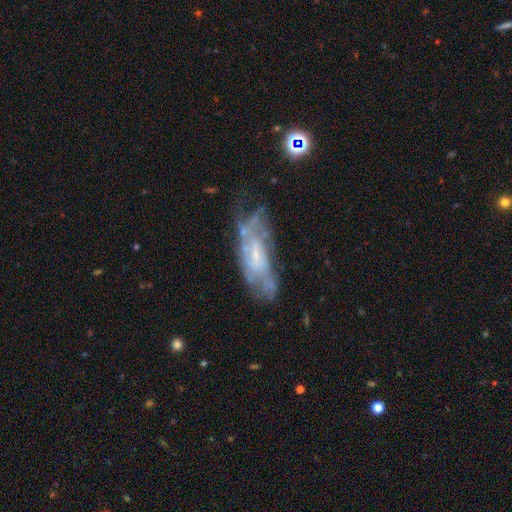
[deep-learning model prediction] A featured or disk galaxy (69%) with no bar (58%), spiral arms (66%) and a small central bulge (60%).

Vote fractions:
- Smooth or featured? featured or disk: 69% / smooth: 22% / star or artifact: 9%
- Edge-on disk? no: 86% / yes: 14%
- Bar? no: 58% / weak: 34% / strong: 8%
- Spiral arms? yes: 66% / no: 34%
- Bulge size? small: 60% / moderate: 23% / none: 13% / large: 2% / dominant: 1%
- Merging? none: 48% / minor disturbance: 27% / major disturbance: 19% / merger: 6%